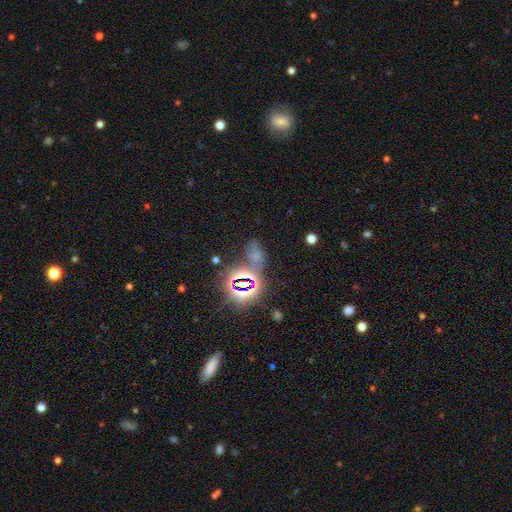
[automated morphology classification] Smooth or featured? star or artifact (52%)